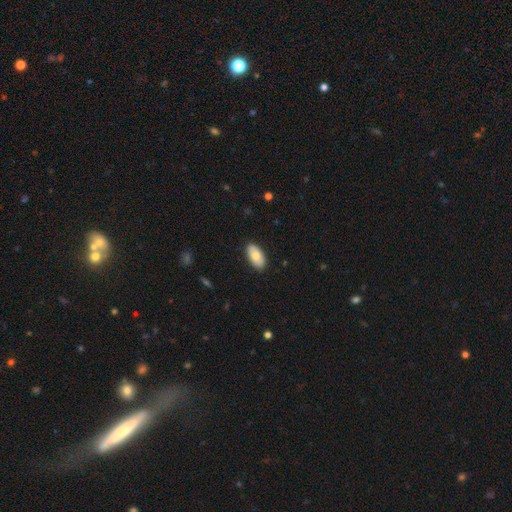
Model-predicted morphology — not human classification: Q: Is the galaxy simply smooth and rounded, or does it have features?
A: smooth — 75%.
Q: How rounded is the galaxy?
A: in between — 95%.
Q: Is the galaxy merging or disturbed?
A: none — 88%.